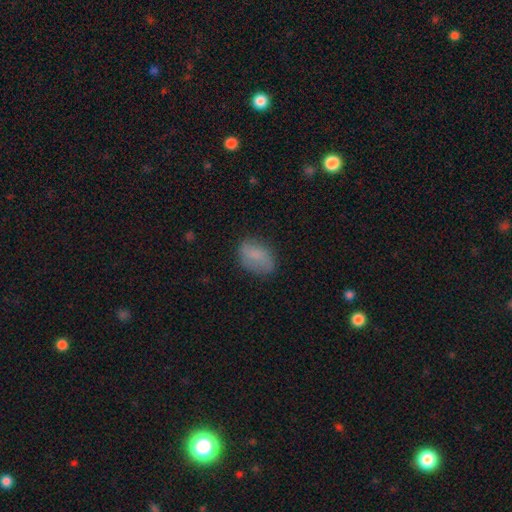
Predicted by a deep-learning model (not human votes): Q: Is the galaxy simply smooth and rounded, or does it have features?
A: smooth — 76%.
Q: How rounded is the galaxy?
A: in between — 83%.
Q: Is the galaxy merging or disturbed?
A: none — 71%.